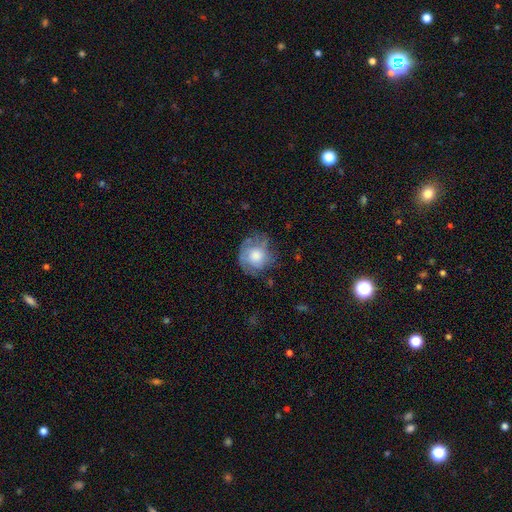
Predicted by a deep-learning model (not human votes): A smooth galaxy with no disk features (58%) that is round (81%).

Vote fractions:
- Smooth or featured? smooth: 58% / featured or disk: 34% / star or artifact: 8%
- How rounded? round: 81% / in between: 18% / cigar-shaped: 1%
- Merging? none: 59% / minor disturbance: 26% / major disturbance: 14% / merger: 2%